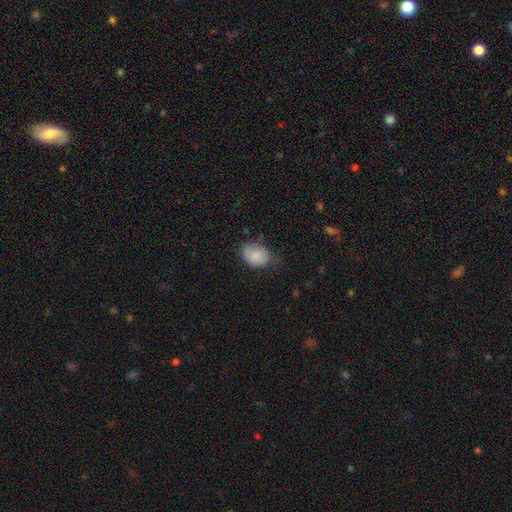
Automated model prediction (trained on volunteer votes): Morphology: type=smooth (82%); roundness=in between (69%); merging=none (56%).